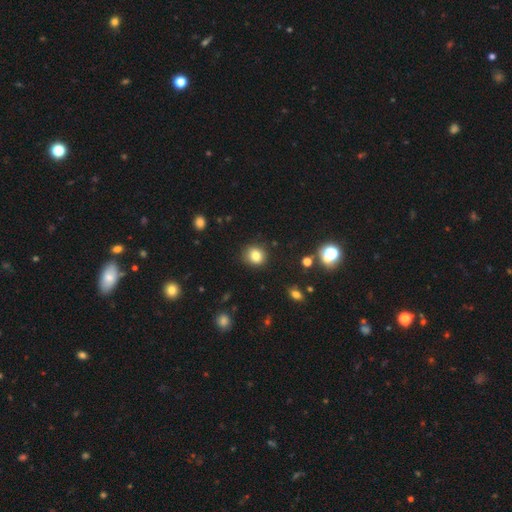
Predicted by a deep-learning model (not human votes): Q: Smooth or featured?
A: smooth (82%); runner-up: star or artifact (12%)
Q: How rounded?
A: round (77%); runner-up: in between (22%)
Q: Merging?
A: none (85%); runner-up: minor disturbance (10%)